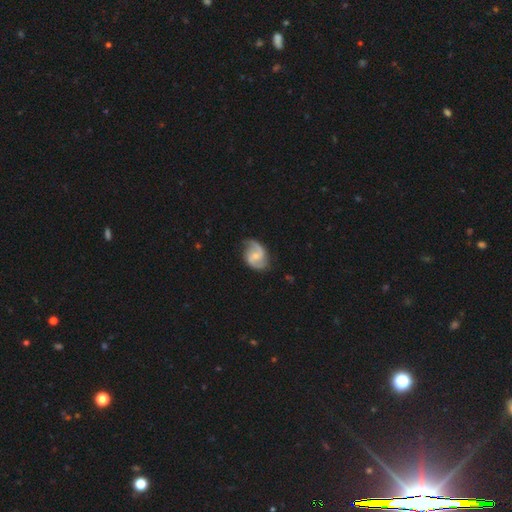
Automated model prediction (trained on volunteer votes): Smooth or featured? Predicted: featured or disk (p=0.85). Edge-on disk? Predicted: no (p=0.98). Bar? Predicted: weak (p=0.50). Spiral arms? Predicted: yes (p=0.97). Spiral winding? Predicted: medium (p=0.49). Spiral arm count? Predicted: 2 (p=0.90). Bulge size? Predicted: small (p=0.53). Merging? Predicted: none (p=0.73).